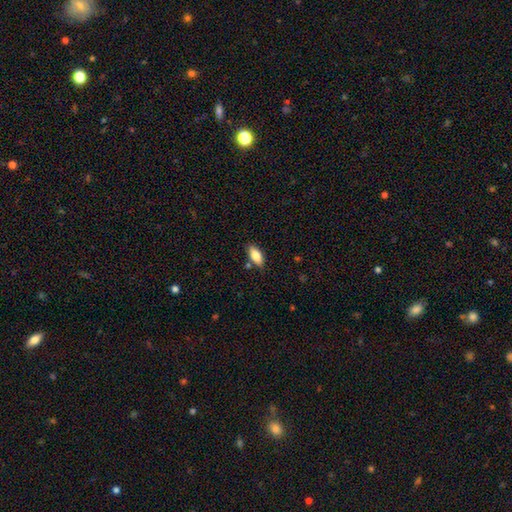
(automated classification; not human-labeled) Overall: smooth (80%). How rounded: in between (85%). Merging: none (81%).